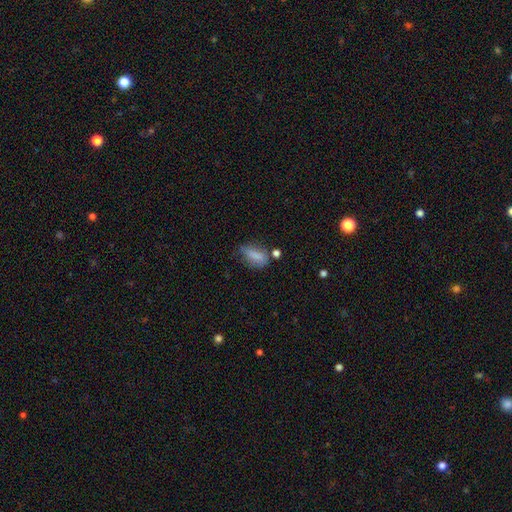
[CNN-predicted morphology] A smooth galaxy with no disk features (76%) that is in between round and cigar-shaped (77%). Merging: none (44%).